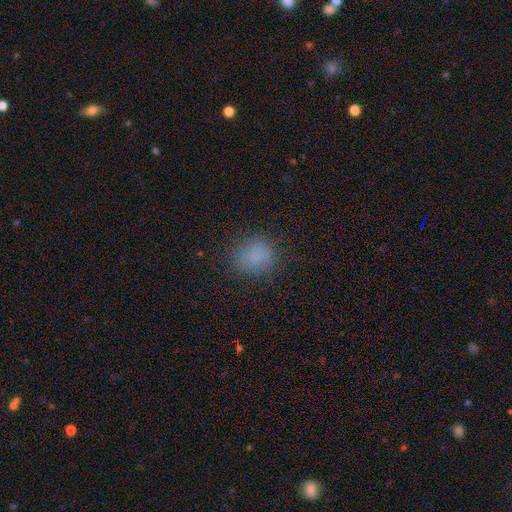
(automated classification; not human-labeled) Smooth or featured: smooth — 79% (star or artifact — 14%)
How rounded: round — 76% (in between — 23%)
Merging: none — 80% (minor disturbance — 13%)